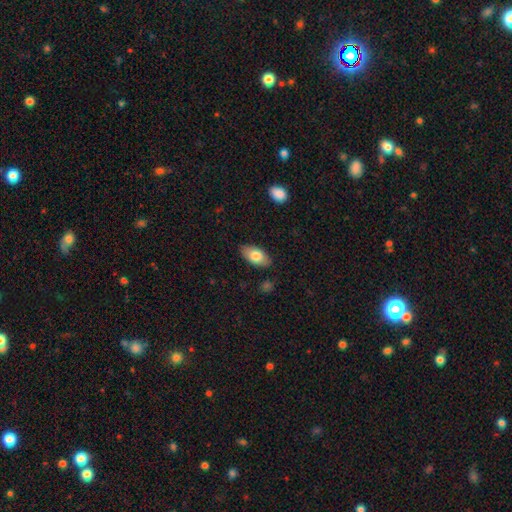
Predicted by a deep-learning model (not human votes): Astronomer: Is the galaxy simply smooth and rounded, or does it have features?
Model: smooth — 78%.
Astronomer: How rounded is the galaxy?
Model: in between — 93%.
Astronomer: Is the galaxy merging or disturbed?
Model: none — 84%.